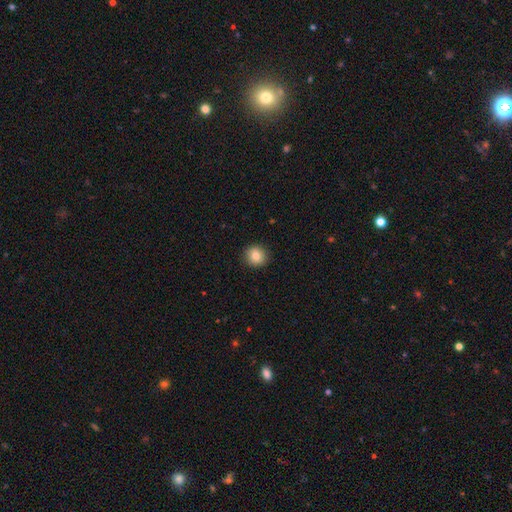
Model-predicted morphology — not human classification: The model was most divided on "smooth or featured": smooth: 84%, star or artifact: 9%, featured or disk: 7%. More confident: merging — none (91%); how rounded — round (87%).